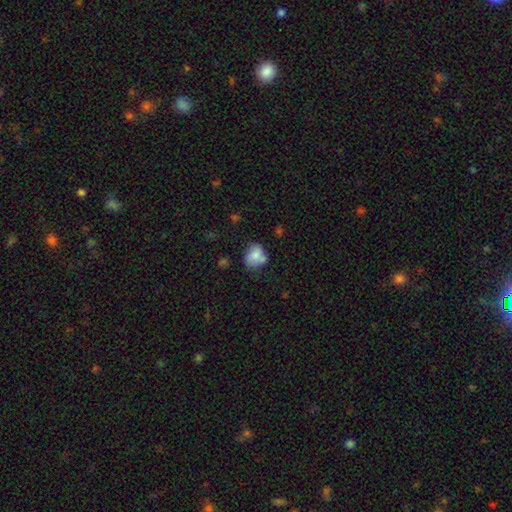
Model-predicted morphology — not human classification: This appears to be a smooth galaxy with no disk features (74%) that is round (53%). Merging: none (48%).